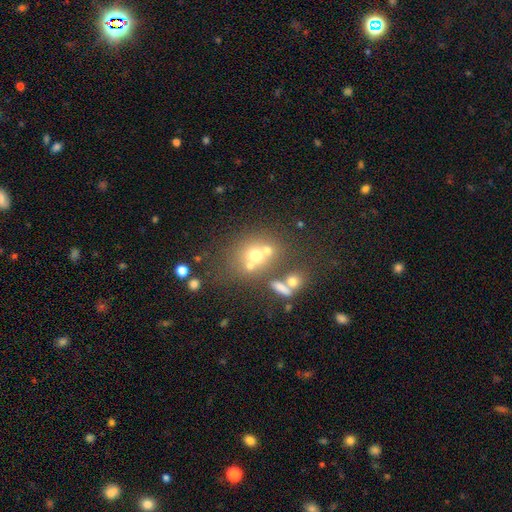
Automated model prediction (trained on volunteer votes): smooth-or-featured: smooth: 58% | featured or disk: 23% | star or artifact: 19%
  how-rounded: round: 70% | in between: 29% | cigar-shaped: 1%
  merging: none: 45% | merger: 37% | minor disturbance: 10% | major disturbance: 7%